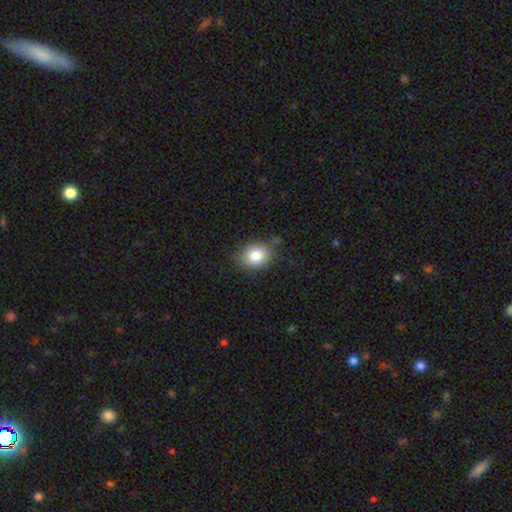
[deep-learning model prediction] Smooth or featured?
  - smooth: 83% *
  - star or artifact: 10%
  - featured or disk: 8%
How rounded?
  - round: 55% *
  - in between: 44%
  - cigar-shaped: 1%
Merging?
  - none: 78% *
  - minor disturbance: 16%
  - major disturbance: 4%
  - merger: 2%